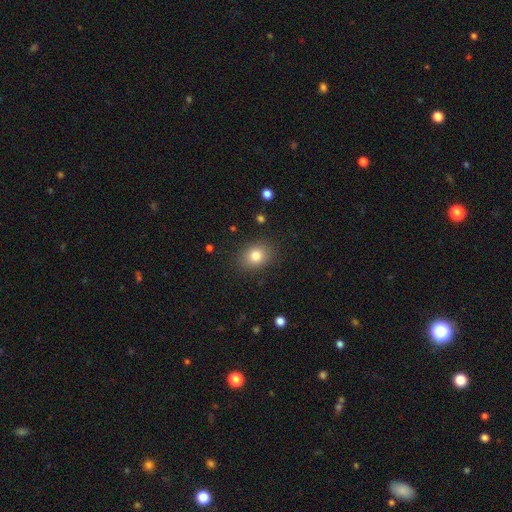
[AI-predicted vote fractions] A smooth galaxy with no disk features (81%) that is round (50%).

Vote fractions:
- Smooth or featured? smooth: 81% / star or artifact: 11% / featured or disk: 8%
- How rounded? round: 50% / in between: 49% / cigar-shaped: 1%
- Merging? none: 86% / minor disturbance: 10% / major disturbance: 3% / merger: 1%